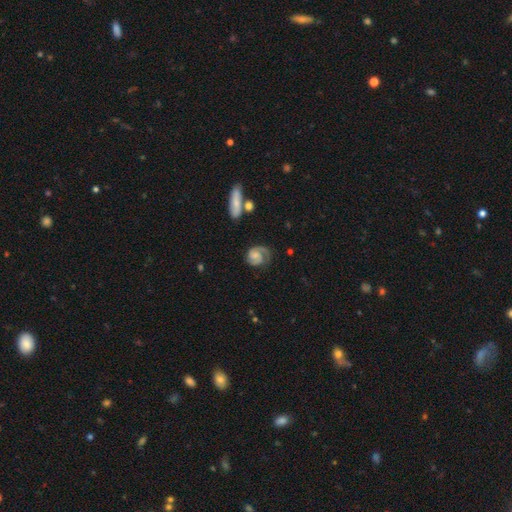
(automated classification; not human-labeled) This is likely a featured or disk galaxy (75%). It is clearly not viewed edge-on (97%). Bar: likely no (63%). Spiral arm pattern: clearly yes (95%). Spiral arm count: possibly 2 (54%). Spiral winding: possibly tight (48%). Central bulge: marginally small (37%). Merging: likely none (62%).